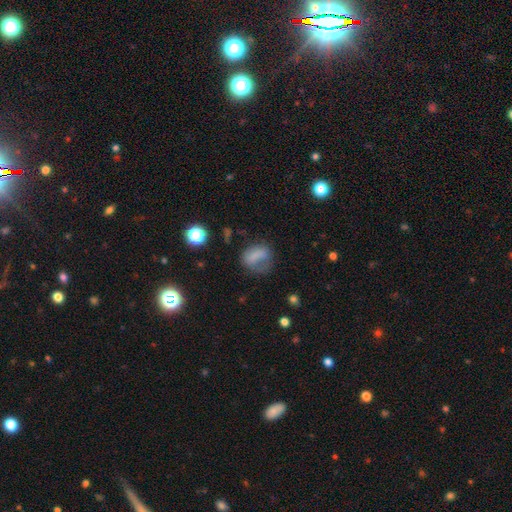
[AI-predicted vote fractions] Overall: smooth (70%). How rounded: in between (51%; round 47%). Merging: none (43%; major disturbance 28%).